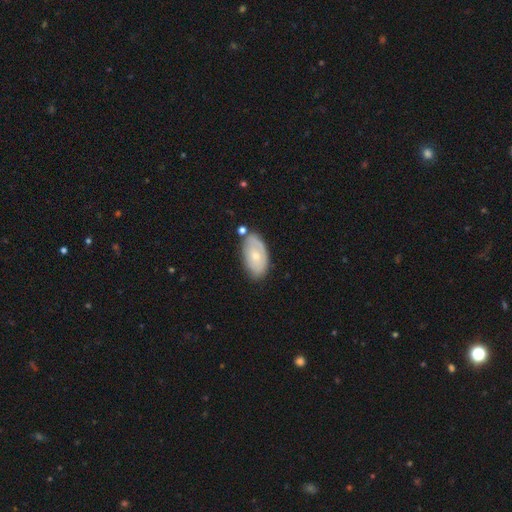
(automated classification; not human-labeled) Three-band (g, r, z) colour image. It shows a smooth galaxy with no disk features (54%) that is in between round and cigar-shaped (93%). Merging: none (66%).